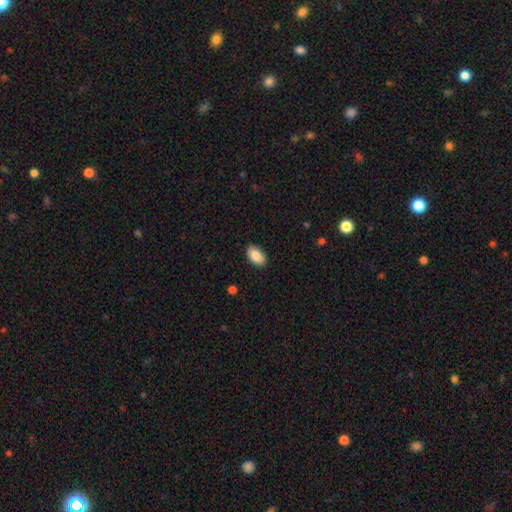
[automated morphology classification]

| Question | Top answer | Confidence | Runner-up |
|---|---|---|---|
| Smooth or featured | smooth | 89% | star or artifact (6%) |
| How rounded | in between | 94% | round (4%) |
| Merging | none | 88% | minor disturbance (9%) |